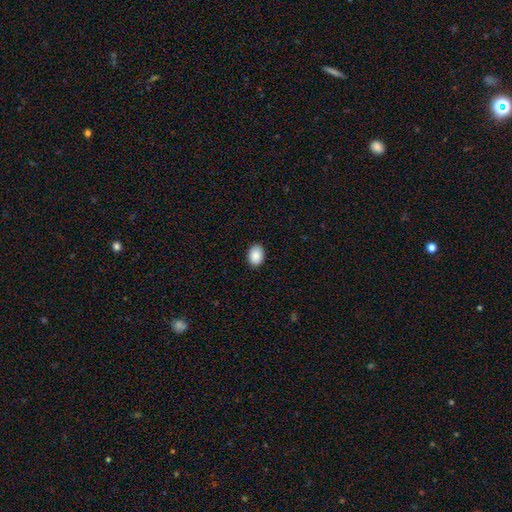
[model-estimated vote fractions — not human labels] A smooth galaxy with no disk features (90%) that is in between round and cigar-shaped (74%).

Vote fractions:
- Smooth or featured? smooth: 90% / star or artifact: 7% / featured or disk: 3%
- How rounded? in between: 74% / round: 25% / cigar-shaped: 1%
- Merging? none: 90% / minor disturbance: 7% / major disturbance: 2% / merger: 1%